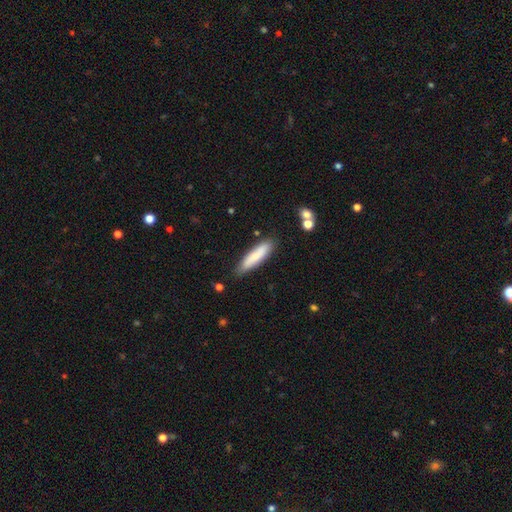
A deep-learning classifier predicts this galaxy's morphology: Smooth or featured? Predicted: smooth (p=0.78). How rounded? Predicted: cigar-shaped (p=0.75). Merging? Predicted: none (p=0.83).